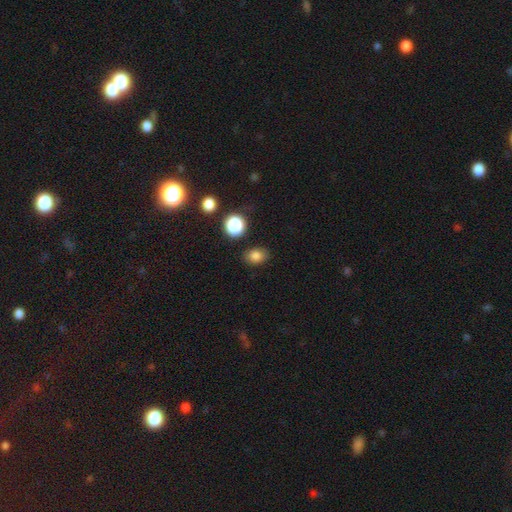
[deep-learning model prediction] Overall: smooth (81%). How rounded: in between (66%; round 33%). Merging: none (83%).